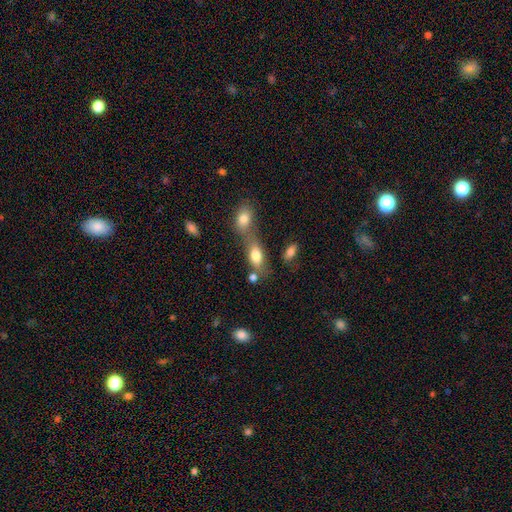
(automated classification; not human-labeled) The model was most divided on "merging": merger: 48%, none: 35%, minor disturbance: 11%, major disturbance: 6%. More confident: how rounded — in between (80%); smooth or featured — smooth (77%).